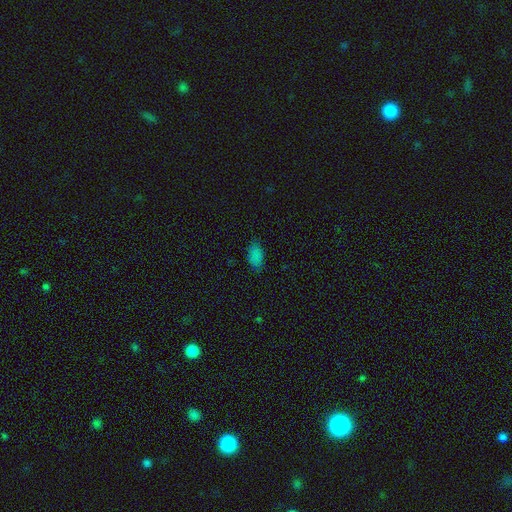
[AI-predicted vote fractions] Smooth or featured: smooth — 83% (star or artifact — 12%)
How rounded: in between — 93% (cigar-shaped — 4%)
Merging: none — 82% (minor disturbance — 14%)